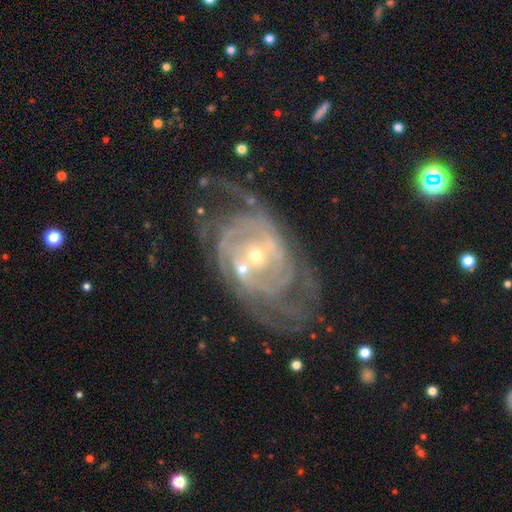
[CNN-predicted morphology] This appears to be a featured or disk galaxy (89%) with no bar (51%), tight (66%) spiral arms (95%) and a small central bulge (68%). Merging: none (54%).